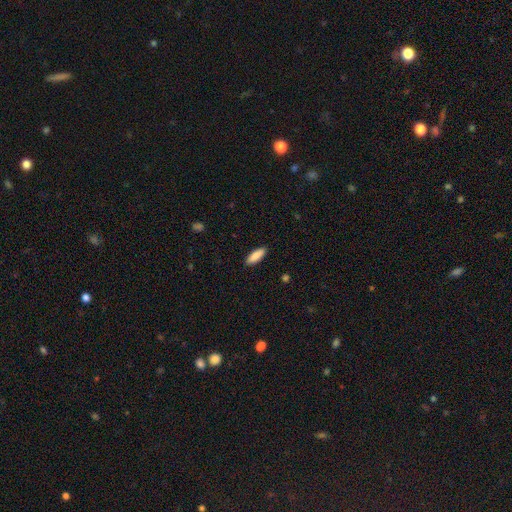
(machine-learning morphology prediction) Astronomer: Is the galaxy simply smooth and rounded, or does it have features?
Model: smooth — 87%.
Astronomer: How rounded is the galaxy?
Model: in between — 61% (runner-up: cigar-shaped, 37%).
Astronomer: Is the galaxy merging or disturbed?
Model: none — 90%.